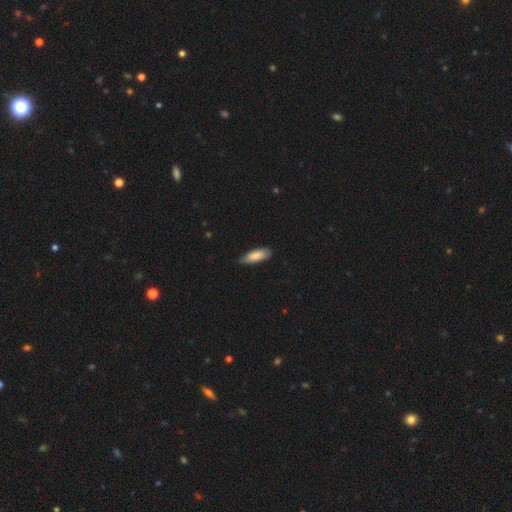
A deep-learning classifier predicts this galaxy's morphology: smooth_or_featured: smooth (p=0.83) [alt: featured or disk p=0.11]
how_rounded: in between (p=0.67) [alt: cigar-shaped p=0.31]
merging: none (p=0.71) [alt: minor disturbance p=0.25]